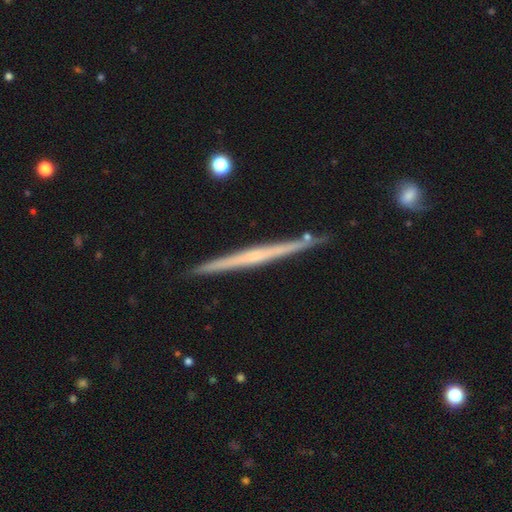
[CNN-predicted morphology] type=featured or disk (72%); edge-on=yes (98%); edge-on bulge=none (66%); merging=none (90%).